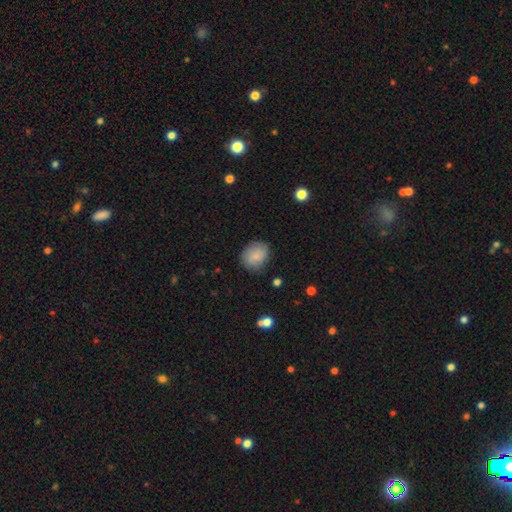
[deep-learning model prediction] Smooth or featured?
  - smooth: 83% *
  - featured or disk: 9%
  - star or artifact: 8%
How rounded?
  - round: 62% *
  - in between: 37%
  - cigar-shaped: 1%
Merging?
  - none: 80% *
  - minor disturbance: 15%
  - major disturbance: 4%
  - merger: 1%